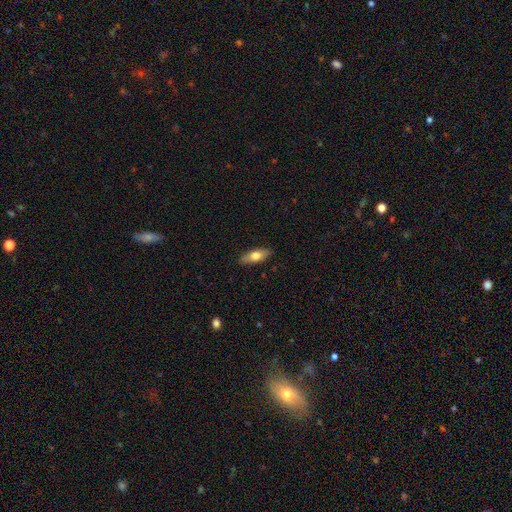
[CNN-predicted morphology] Q: Smooth or featured?
A: smooth (66%); runner-up: featured or disk (28%)
Q: How rounded?
A: in between (67%); runner-up: cigar-shaped (30%)
Q: Merging?
A: none (88%); runner-up: minor disturbance (9%)